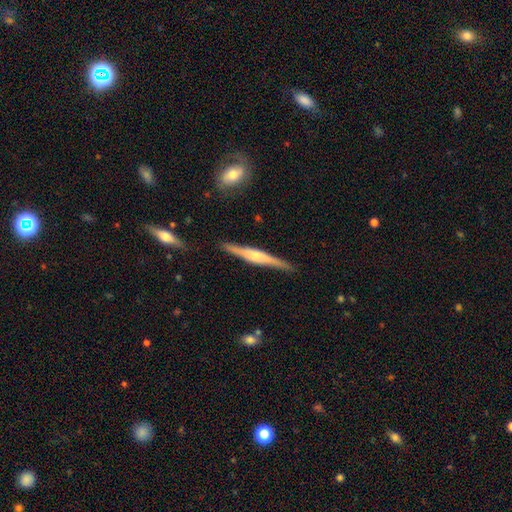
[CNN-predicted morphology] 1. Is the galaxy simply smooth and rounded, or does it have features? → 72% featured or disk, 22% smooth, 6% star or artifact.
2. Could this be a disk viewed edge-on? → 98% yes, 2% no.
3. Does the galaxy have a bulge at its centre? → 77% rounded, 15% boxy, 8% none.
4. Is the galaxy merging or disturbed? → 89% none, 8% minor disturbance, 2% major disturbance, 1% merger.